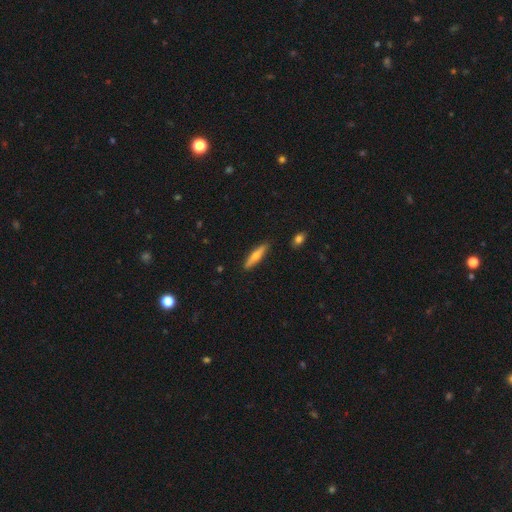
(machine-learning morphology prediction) Q: Smooth or featured?
A: smooth (50%); runner-up: featured or disk (44%)
Q: Merging?
A: none (90%); runner-up: minor disturbance (7%)